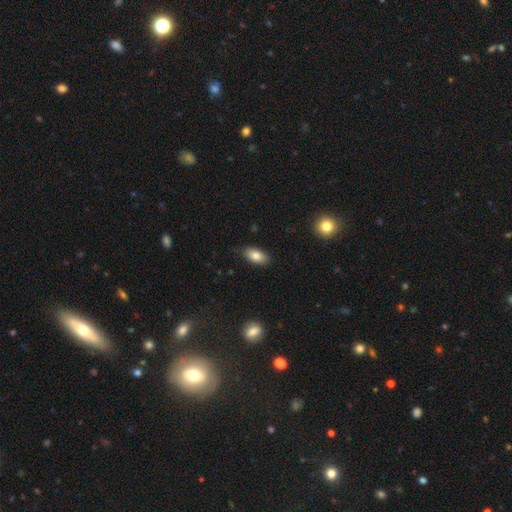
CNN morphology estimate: Overall: smooth (83%). How rounded: in between (91%). Merging: none (82%).